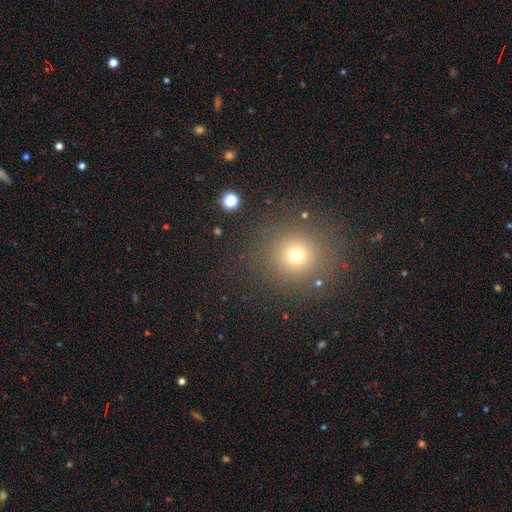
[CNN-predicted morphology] This appears to be a smooth galaxy with no disk features (63%) that is round (91%). Merging: none (90%).